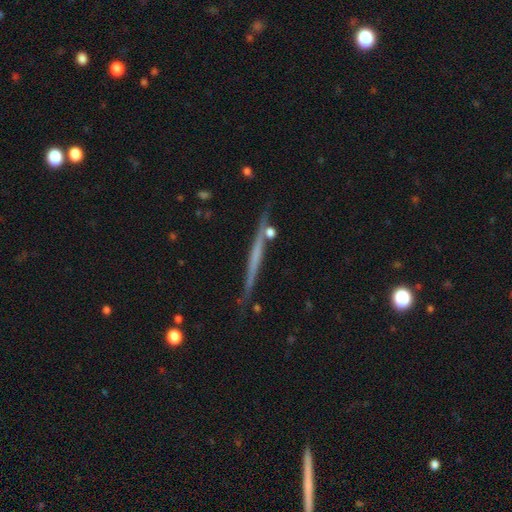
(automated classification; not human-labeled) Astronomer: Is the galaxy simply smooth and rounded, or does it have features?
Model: featured or disk — 59%.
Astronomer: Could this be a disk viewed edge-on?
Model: yes — 96%.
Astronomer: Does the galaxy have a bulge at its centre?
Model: none — 85%.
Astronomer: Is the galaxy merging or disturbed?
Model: none — 82%.